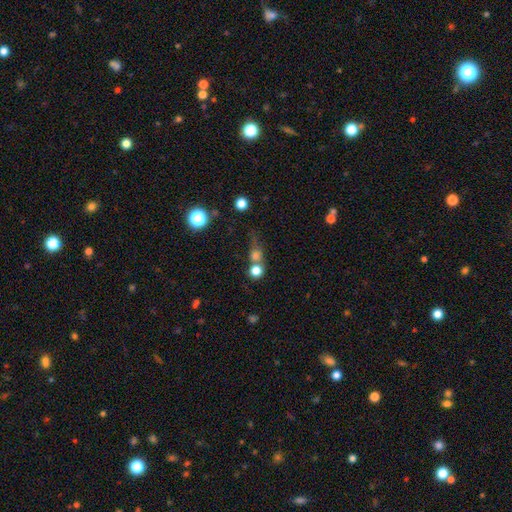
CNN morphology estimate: smooth 70%, star or artifact 19%, featured or disk 11%. Down the decision tree: how rounded — round (80%); merging — none (45%).